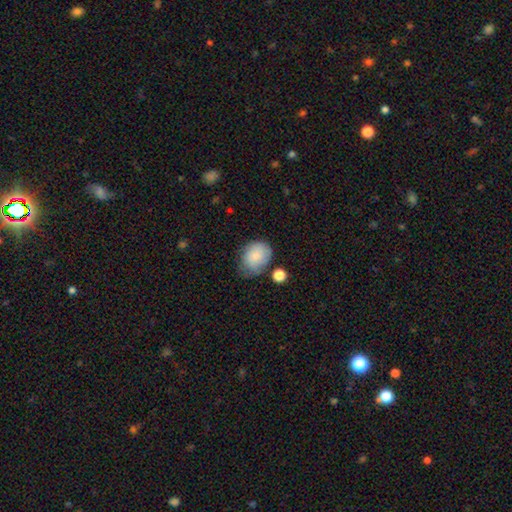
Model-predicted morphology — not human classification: A smooth galaxy with no disk features (82%) that is in between round and cigar-shaped (59%). Merging: none (51%).